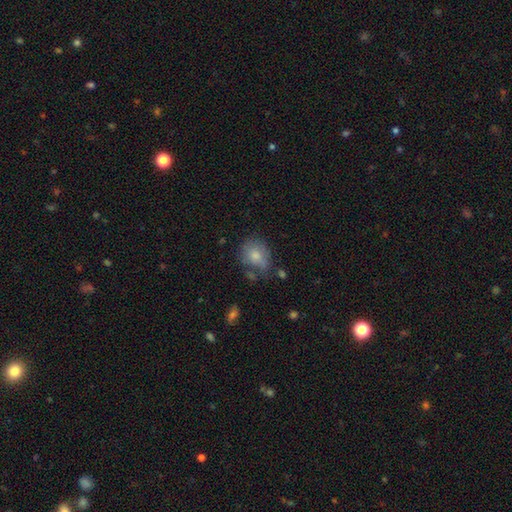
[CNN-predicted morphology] A smooth galaxy with no disk features (75%) that is round (55%). Merging: none (52%).